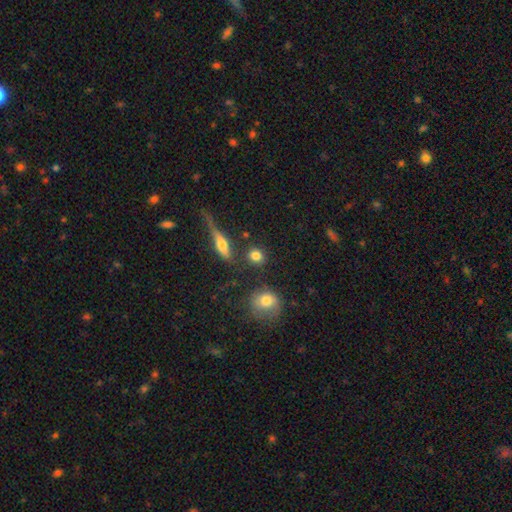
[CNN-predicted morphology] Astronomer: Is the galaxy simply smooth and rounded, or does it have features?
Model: smooth — 80%.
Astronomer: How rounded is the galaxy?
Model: round — 75%.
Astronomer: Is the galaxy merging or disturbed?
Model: none — 76%.